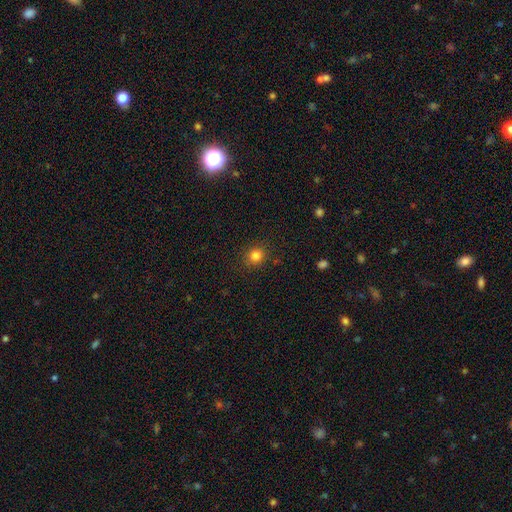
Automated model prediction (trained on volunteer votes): smooth 83%, star or artifact 13%, featured or disk 5%. Down the decision tree: how rounded — round (86%); merging — none (89%).